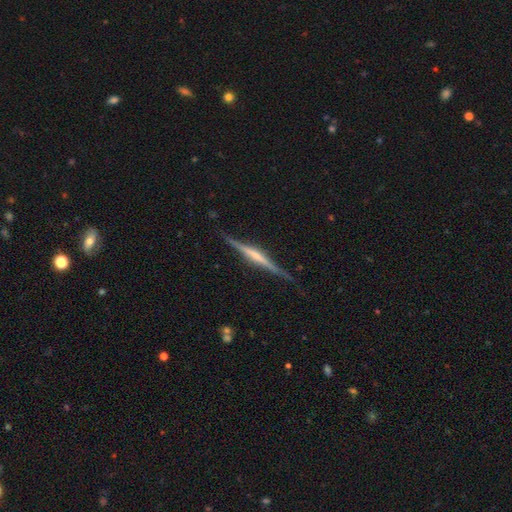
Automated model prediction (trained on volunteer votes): This appears to be a featured or disk galaxy (78%) viewed edge-on (98%) with a rounded central bulge (48%). Merging: none (85%).